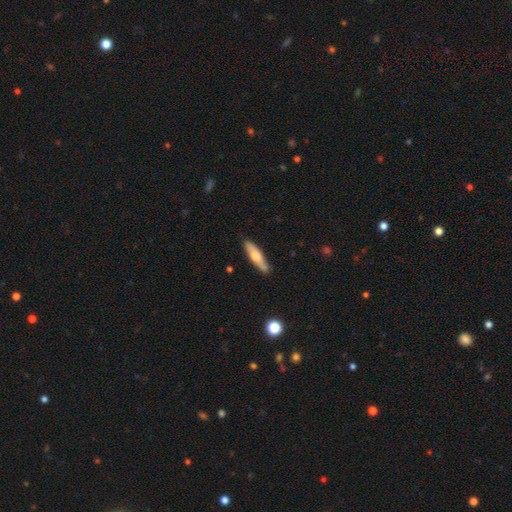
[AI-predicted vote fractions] Smooth or featured: smooth — 54% (featured or disk — 41%)
How rounded: cigar-shaped — 75% (in between — 23%)
Merging: none — 84% (minor disturbance — 12%)